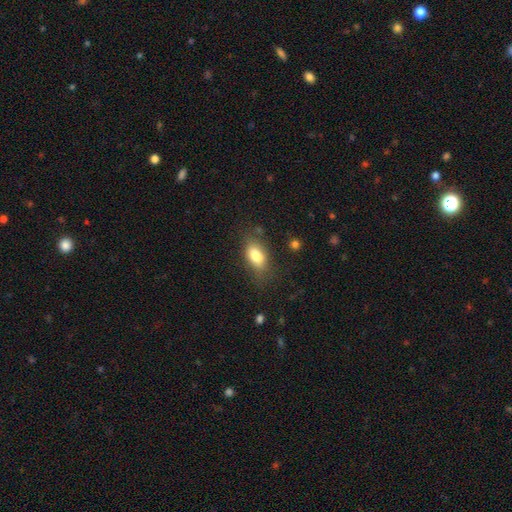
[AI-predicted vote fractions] Smooth or featured? Predicted: smooth (p=0.79). How rounded? Predicted: in between (p=0.86). Merging? Predicted: none (p=0.70).